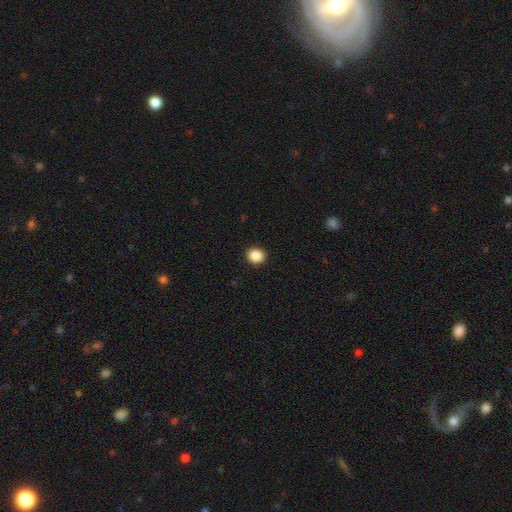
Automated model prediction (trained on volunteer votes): This is clearly a smooth galaxy (88%). How rounded: clearly round (82%). Merging: clearly none (93%).